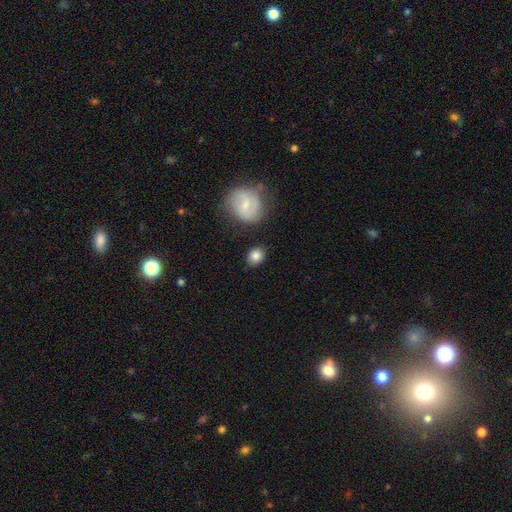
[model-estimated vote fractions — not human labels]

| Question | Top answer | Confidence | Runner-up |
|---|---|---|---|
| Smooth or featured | smooth | 82% | featured or disk (10%) |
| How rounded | round | 53% | in between (46%) |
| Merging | none | 81% | minor disturbance (12%) |